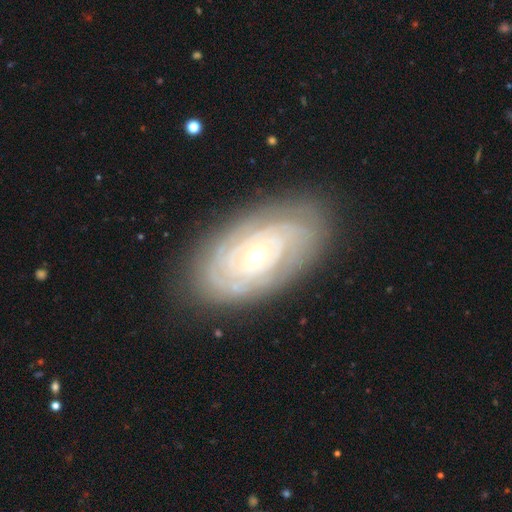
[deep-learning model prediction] Smooth or featured?
  - featured or disk: 85% *
  - smooth: 9%
  - star or artifact: 6%
Edge-on disk?
  - no: 95% *
  - yes: 5%
Bar?
  - no: 69% *
  - weak: 22%
  - strong: 9%
Spiral arms?
  - yes: 94% *
  - no: 6%
Spiral winding?
  - tight: 85% *
  - medium: 12%
  - loose: 3%
Spiral arm count?
  - can't tell: 36% *
  - 2: 21%
  - 3: 16%
  - 4: 13%
  - more than 4: 8%
  - 1: 5%
Bulge size?
  - small: 59% *
  - moderate: 38%
  - large: 2%
  - none: 1%
  - dominant: 1%
Merging?
  - none: 82% *
  - minor disturbance: 14%
  - major disturbance: 4%
  - merger: 1%